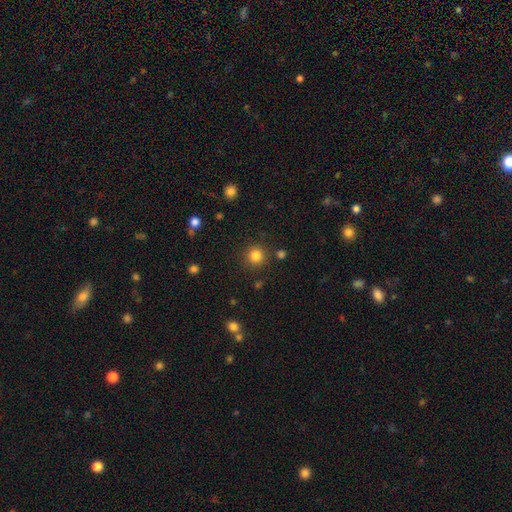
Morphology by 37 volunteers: type=smooth (89%); roundness=round (97%); merging=none (77%).